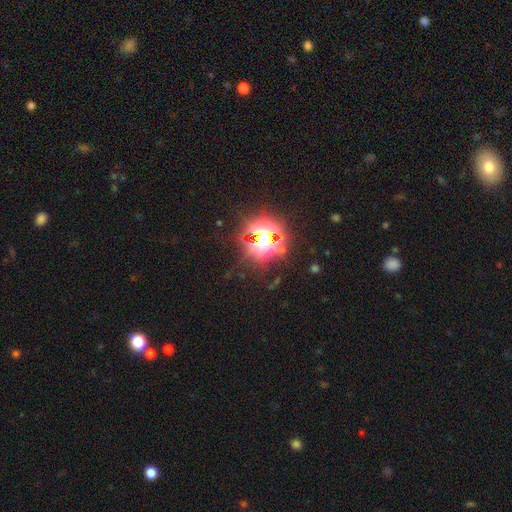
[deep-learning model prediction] Morphology: type=star or artifact (77%).